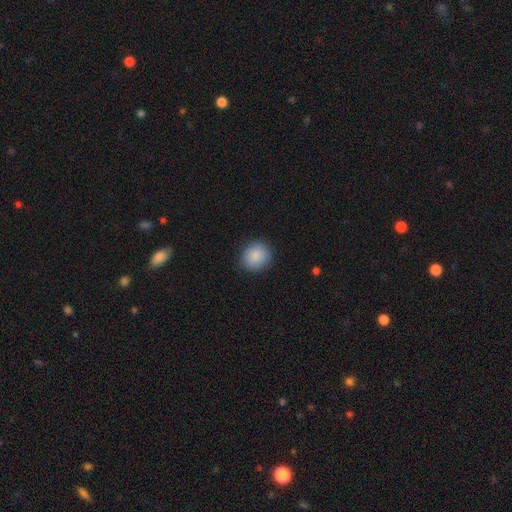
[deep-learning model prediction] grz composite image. It shows a smooth galaxy with no disk features (88%) that is round (75%). Merging: none (86%).